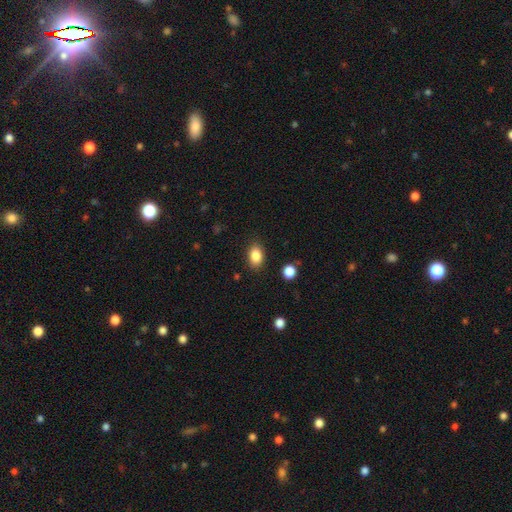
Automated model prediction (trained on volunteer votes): Overall: smooth (86%). How rounded: in between (82%). Merging: none (86%).